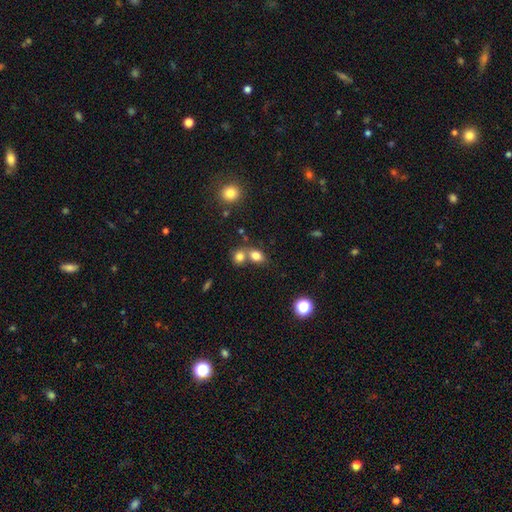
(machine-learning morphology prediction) smooth 79%, star or artifact 12%, featured or disk 9%. Down the decision tree: how rounded — in between (61%); merging — merger (45%).